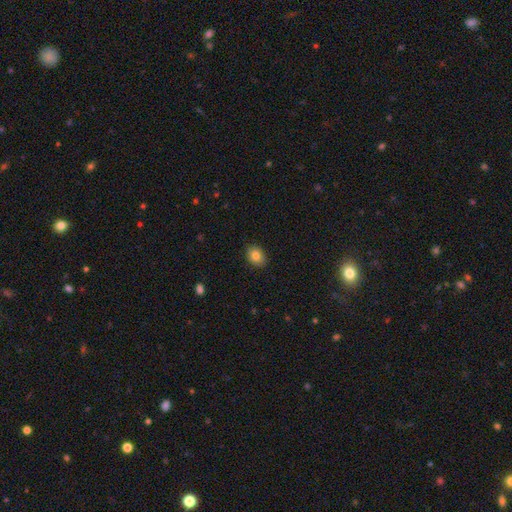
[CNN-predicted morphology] smooth 84%, star or artifact 9%, featured or disk 7%. Down the decision tree: how rounded — in between (62%); merging — none (88%).